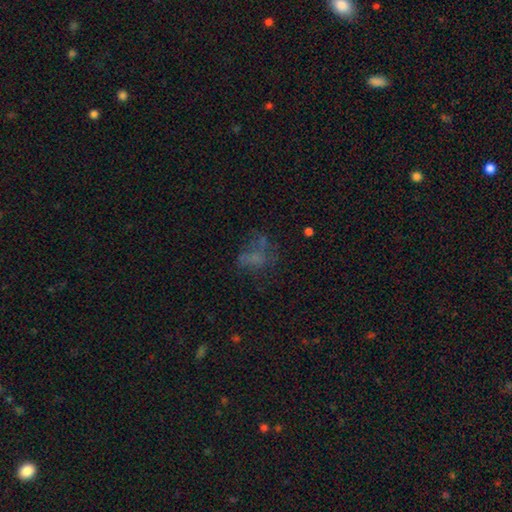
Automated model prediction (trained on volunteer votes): A smooth galaxy with no disk features (42%). Merging: none (43%).